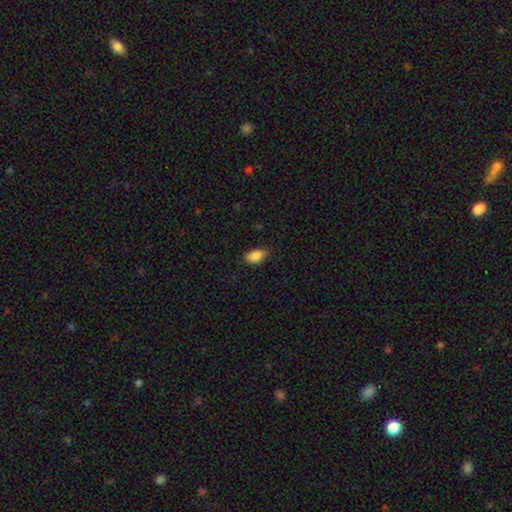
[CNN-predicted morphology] smooth 88%, star or artifact 8%, featured or disk 4%. Down the decision tree: how rounded — in between (92%); merging — none (79%).